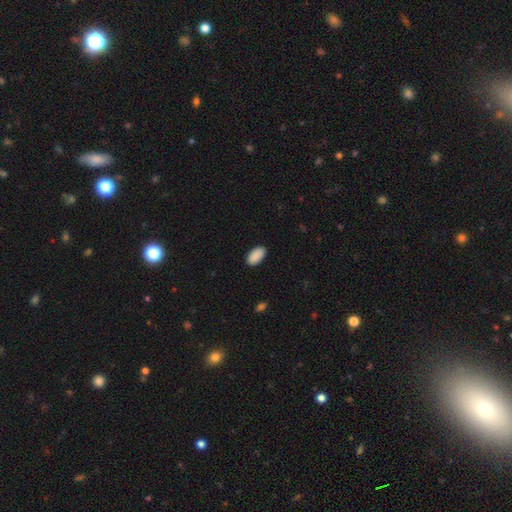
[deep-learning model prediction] Smooth or featured: smooth — 91% (star or artifact — 6%)
How rounded: in between — 95% (round — 2%)
Merging: none — 89% (minor disturbance — 8%)